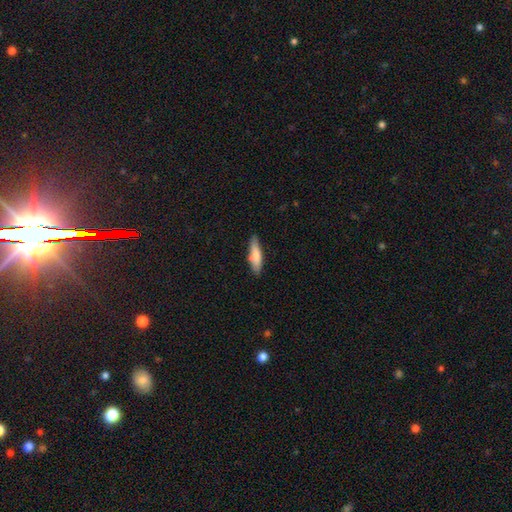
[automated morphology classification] A smooth galaxy with no disk features (79%) that is cigar-shaped (69%). Merging: none (82%).